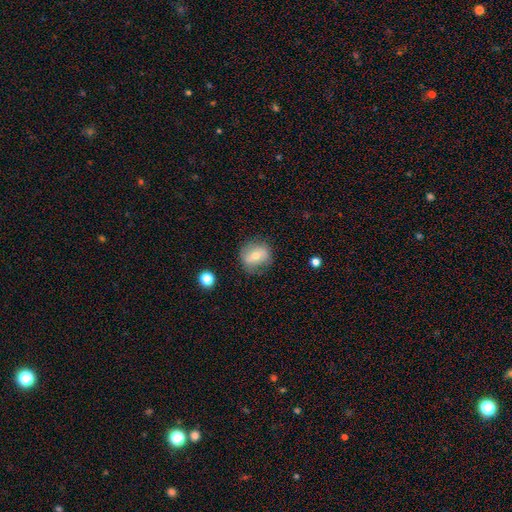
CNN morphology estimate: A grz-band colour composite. It shows a smooth galaxy with no disk features (59%) that is round (72%). Merging: none (75%).